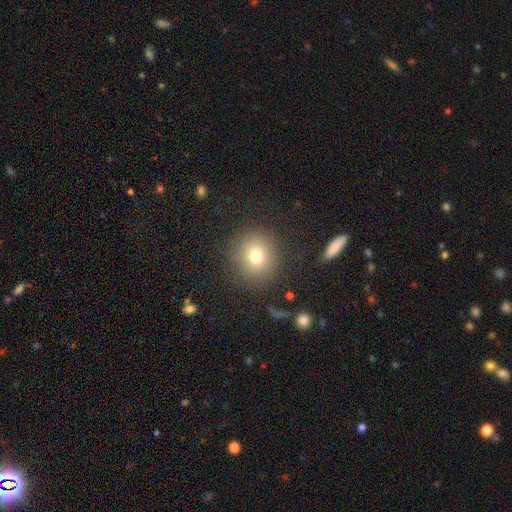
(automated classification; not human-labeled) Smooth or featured?
  - smooth: 76% *
  - star or artifact: 12%
  - featured or disk: 11%
How rounded?
  - round: 85% *
  - in between: 14%
  - cigar-shaped: 1%
Merging?
  - none: 86% *
  - minor disturbance: 8%
  - major disturbance: 4%
  - merger: 2%